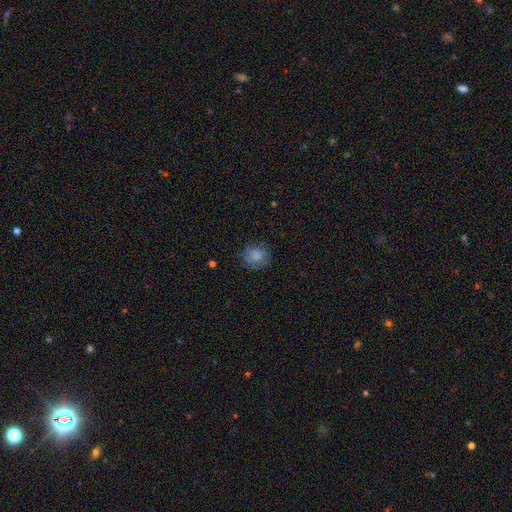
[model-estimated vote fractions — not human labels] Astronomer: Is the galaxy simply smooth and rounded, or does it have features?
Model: smooth — 77%.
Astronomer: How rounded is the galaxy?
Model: round — 85%.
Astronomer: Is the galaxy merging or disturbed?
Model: none — 79%.